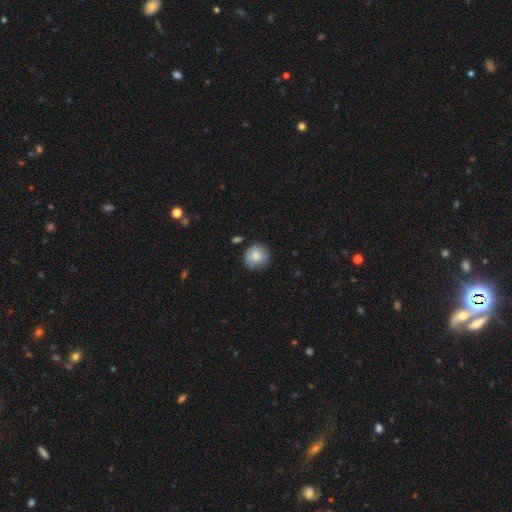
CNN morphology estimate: smooth 82%, featured or disk 11%, star or artifact 7%. Down the decision tree: how rounded — round (92%); merging — none (80%).